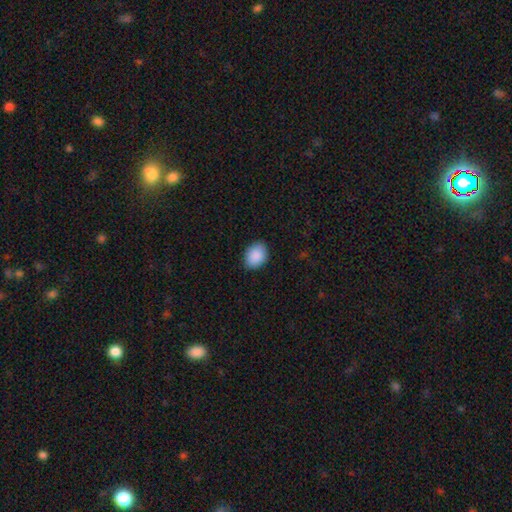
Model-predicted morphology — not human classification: smooth 90%, star or artifact 7%, featured or disk 3%. Down the decision tree: how rounded — in between (69%); merging — none (88%).